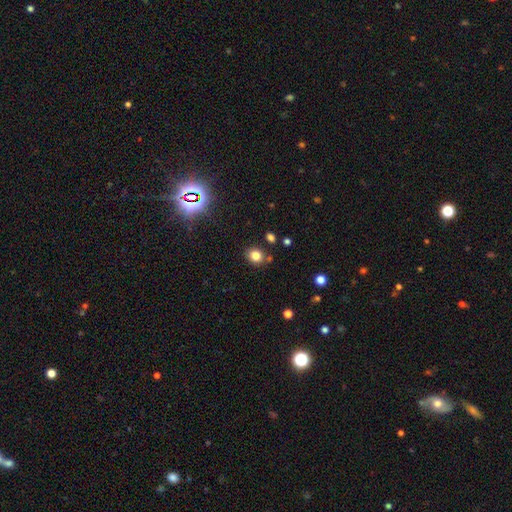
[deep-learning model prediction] Overall: smooth (80%). How rounded: round (67%; in between 32%). Merging: none (82%).